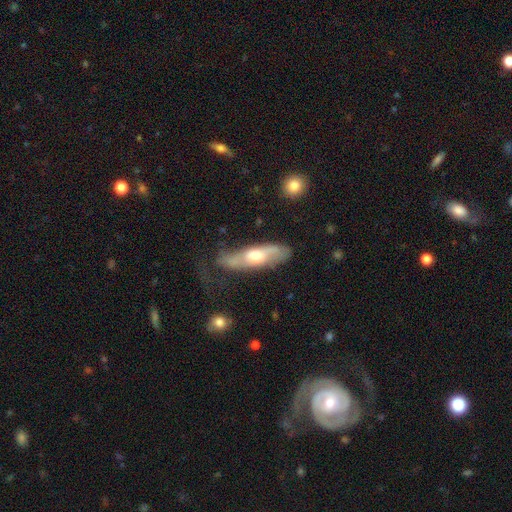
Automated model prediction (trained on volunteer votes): featured or disk 57%, smooth 38%, star or artifact 6%. Down the decision tree: edge-on disk — no (60%); merging — none (57%).